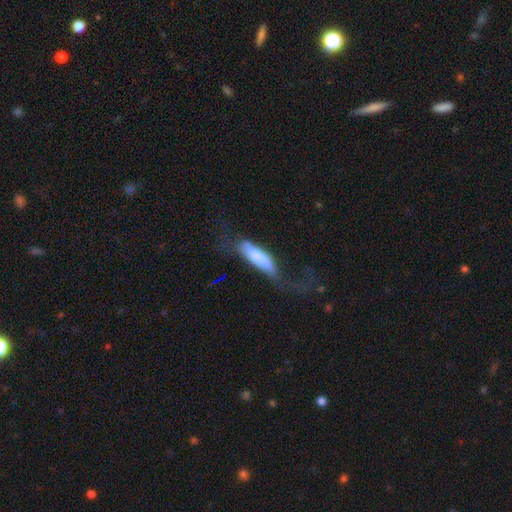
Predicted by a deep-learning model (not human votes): Smooth or featured? Predicted: smooth (p=0.64). How rounded? Predicted: cigar-shaped (p=0.64). Merging? Predicted: none (p=0.35).